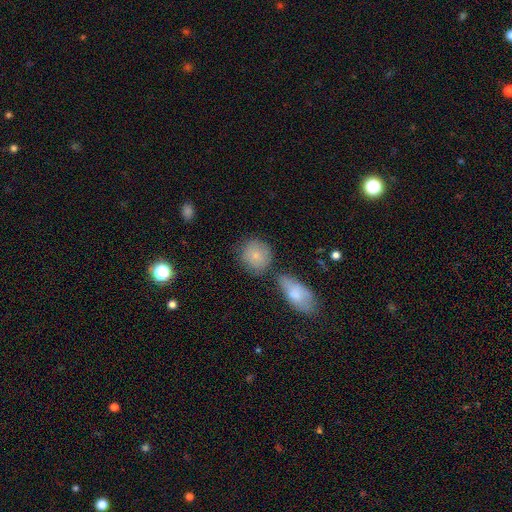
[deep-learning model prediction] smooth 81%, featured or disk 11%, star or artifact 8%. Down the decision tree: how rounded — round (82%); merging — none (64%).